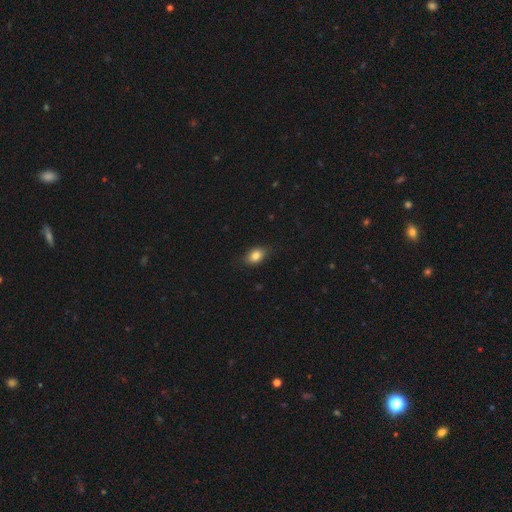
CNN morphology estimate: Smooth or featured? Predicted: smooth (p=0.83). How rounded? Predicted: in between (p=0.83). Merging? Predicted: none (p=0.82).